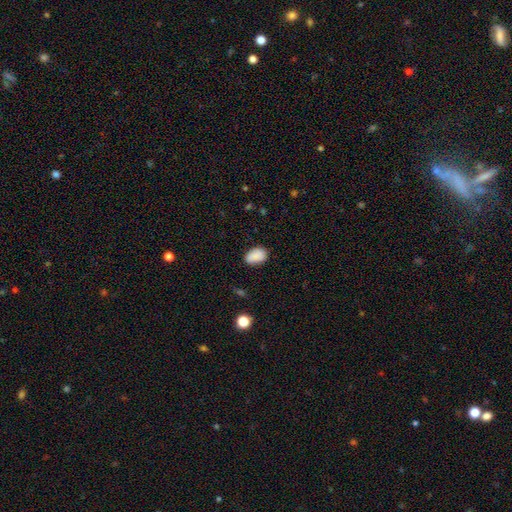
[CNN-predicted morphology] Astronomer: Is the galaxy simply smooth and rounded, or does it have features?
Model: smooth — 88%.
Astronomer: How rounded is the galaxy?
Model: in between — 87%.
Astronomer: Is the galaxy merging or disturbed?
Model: none — 78%.